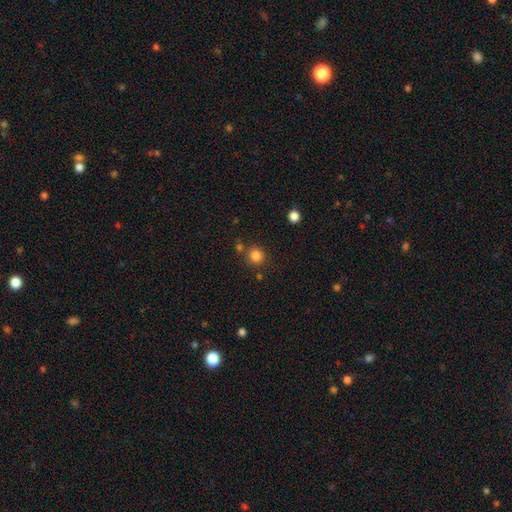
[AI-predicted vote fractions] Smooth or featured?
  - smooth: 82% *
  - star or artifact: 12%
  - featured or disk: 5%
How rounded?
  - round: 90% *
  - in between: 9%
  - cigar-shaped: 1%
Merging?
  - none: 80% *
  - minor disturbance: 9%
  - merger: 8%
  - major disturbance: 3%